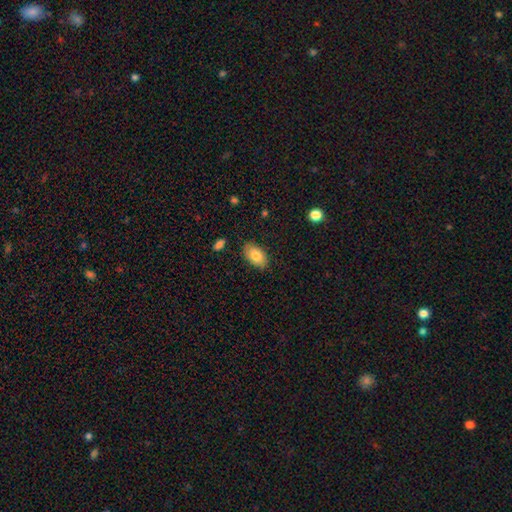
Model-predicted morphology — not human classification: Smooth or featured: smooth — 82% (featured or disk — 11%)
How rounded: in between — 93% (round — 6%)
Merging: none — 84% (minor disturbance — 12%)